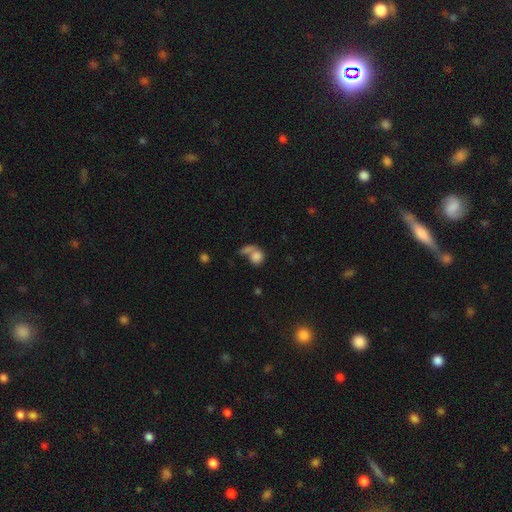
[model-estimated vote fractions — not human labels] Smooth or featured: smooth — 77% (featured or disk — 13%)
How rounded: round — 65% (in between — 33%)
Merging: merger — 45% (none — 31%)